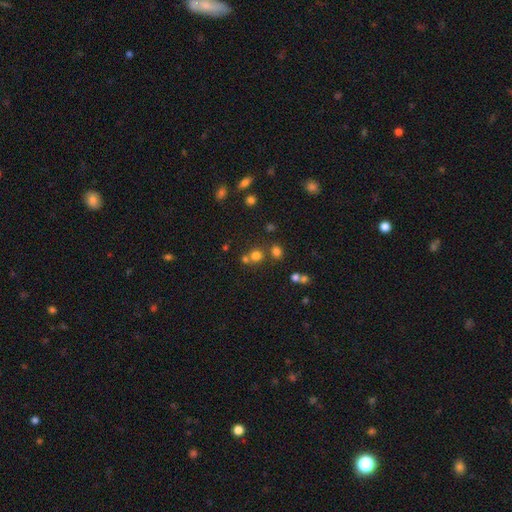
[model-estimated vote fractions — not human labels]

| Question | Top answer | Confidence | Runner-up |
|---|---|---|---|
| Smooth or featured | smooth | 67% | star or artifact (23%) |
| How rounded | round | 86% | in between (13%) |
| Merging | none | 60% | merger (29%) |